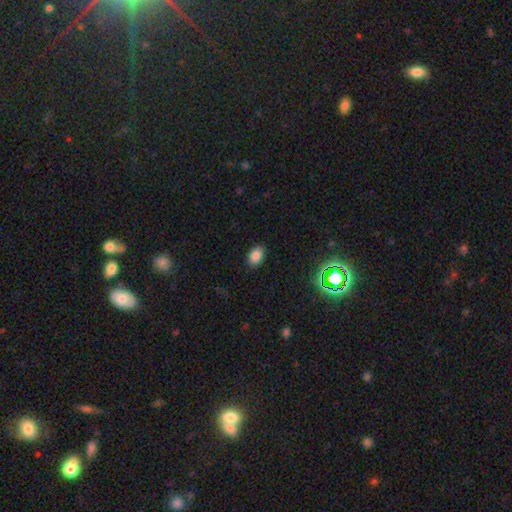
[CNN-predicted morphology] A smooth galaxy with no disk features (83%) that is in between round and cigar-shaped (83%).

Vote fractions:
- Smooth or featured? smooth: 83% / star or artifact: 12% / featured or disk: 5%
- How rounded? in between: 83% / round: 16% / cigar-shaped: 1%
- Merging? none: 87% / minor disturbance: 10% / major disturbance: 2% / merger: 1%